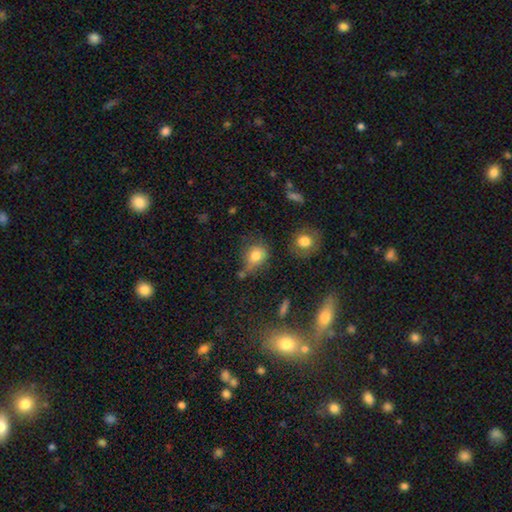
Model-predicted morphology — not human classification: This is likely a smooth galaxy (80%). How rounded: likely round (68%). Merging: possibly none (55%).